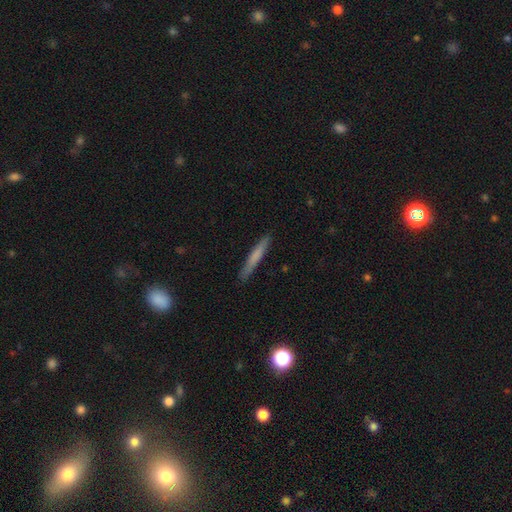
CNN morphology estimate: This is likely a smooth galaxy (65%). How rounded: clearly cigar-shaped (96%). Merging: clearly none (89%).